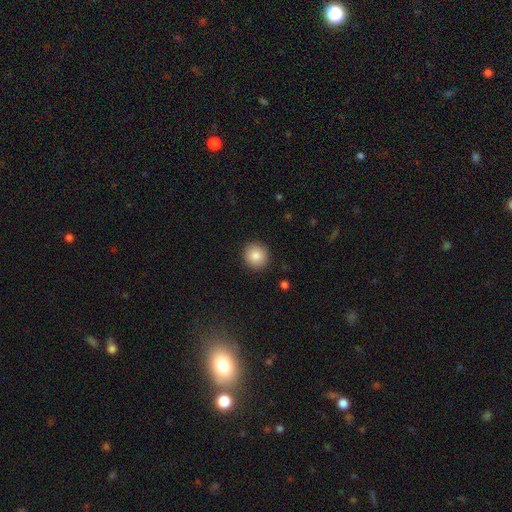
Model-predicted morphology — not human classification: smooth 86%, star or artifact 8%, featured or disk 6%. Down the decision tree: how rounded — round (93%); merging — none (91%).